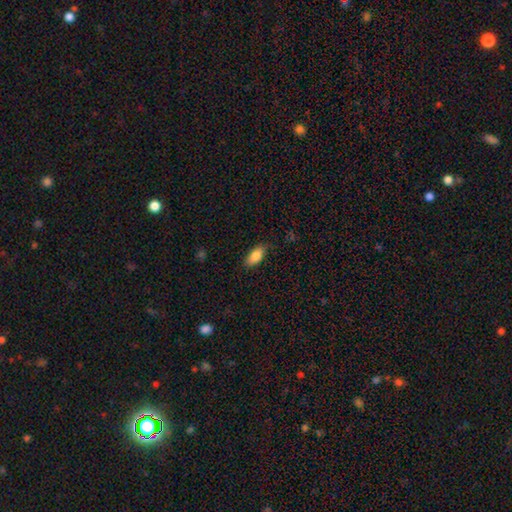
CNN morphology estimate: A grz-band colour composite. It shows a smooth galaxy with no disk features (83%) that is in between round and cigar-shaped (86%). Merging: none (80%).